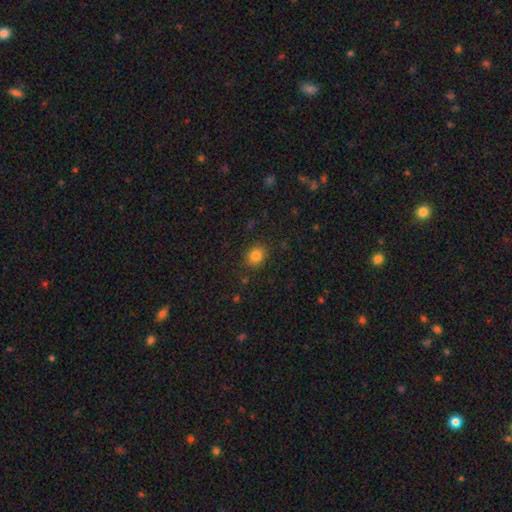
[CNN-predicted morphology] This is clearly a smooth galaxy (83%). How rounded: likely round (67%). Merging: clearly none (87%).